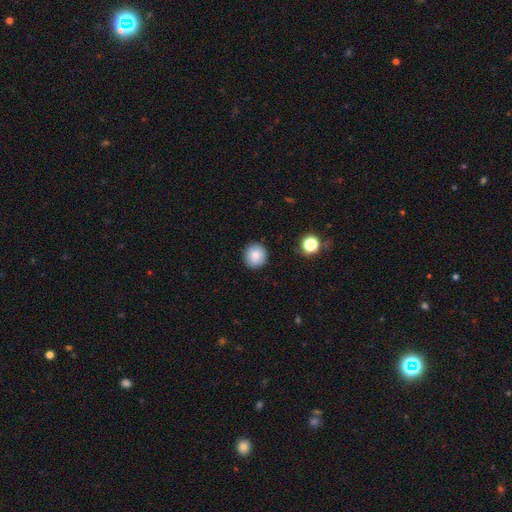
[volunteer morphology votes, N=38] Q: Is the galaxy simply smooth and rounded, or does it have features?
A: smooth — 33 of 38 (87%).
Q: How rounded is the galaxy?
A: round — 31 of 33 (94%).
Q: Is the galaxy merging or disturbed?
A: none — 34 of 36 (94%).